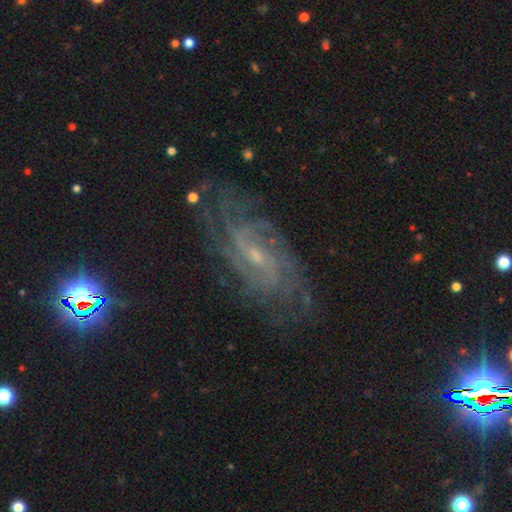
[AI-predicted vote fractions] The model was most divided on "bar": weak: 47%, no: 40%, strong: 12%. Remaining: spiral arms — yes (97%); edge-on disk — no (94%); smooth or featured — featured or disk (85%); merging — none (76%); bulge size — small (70%); spiral winding — tight (54%); spiral arm count — can't tell (35%).